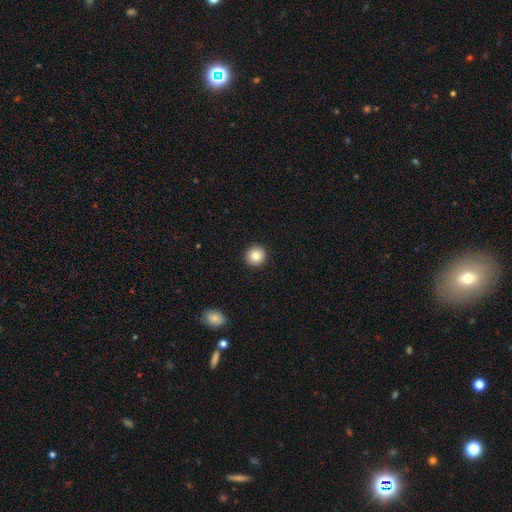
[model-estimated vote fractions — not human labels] Morphology: type=smooth (83%); roundness=round (95%); merging=none (93%).